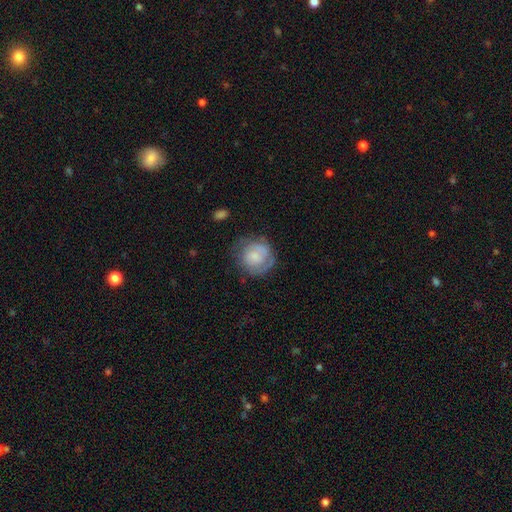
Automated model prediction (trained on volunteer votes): Smooth or featured?
  - featured or disk: 47% *
  - smooth: 46%
  - star or artifact: 7%
Merging?
  - none: 63% *
  - minor disturbance: 23%
  - major disturbance: 13%
  - merger: 2%